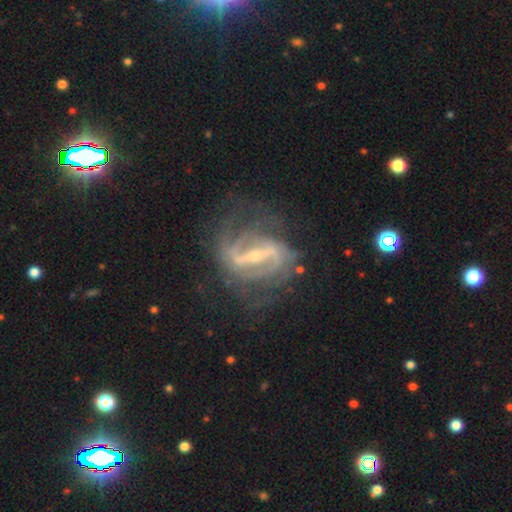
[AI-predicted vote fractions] smooth_or_featured: featured or disk (p=0.89) [alt: star or artifact p=0.07]
disk_edge_on: no (p=0.95) [alt: yes p=0.05]
bar: strong (p=0.72) [alt: weak p=0.22]
has_spiral_arms: yes (p=0.94) [alt: no p=0.06]
spiral_winding: medium (p=0.45) [alt: tight p=0.28]
spiral_arm_count: 2 (p=0.64) [alt: can't tell p=0.15]
bulge_size: small (p=0.63) [alt: moderate p=0.28]
merging: none (p=0.63) [alt: minor disturbance p=0.18]